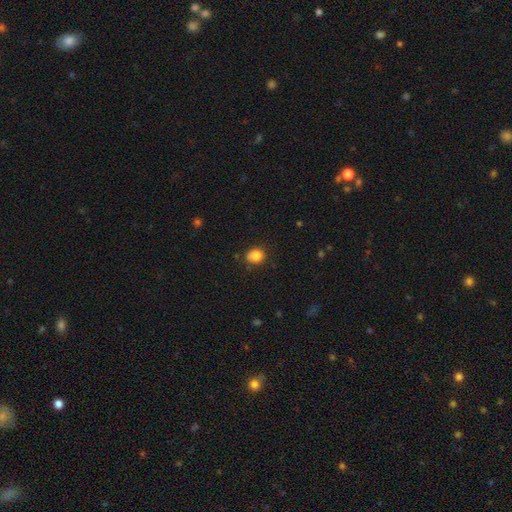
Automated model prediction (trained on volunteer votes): Smooth or featured?
  - smooth: 83% *
  - star or artifact: 11%
  - featured or disk: 6%
How rounded?
  - round: 66% *
  - in between: 33%
  - cigar-shaped: 1%
Merging?
  - none: 73% *
  - minor disturbance: 20%
  - major disturbance: 4%
  - merger: 3%